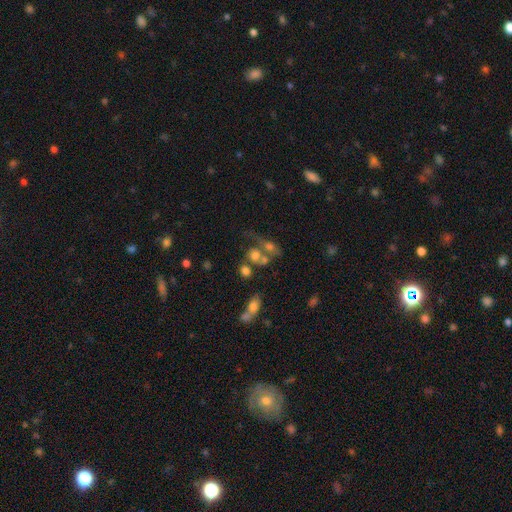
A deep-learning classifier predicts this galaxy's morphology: Smooth or featured? smooth (58%)
How rounded? round (67%)
Merging? merger (44%)